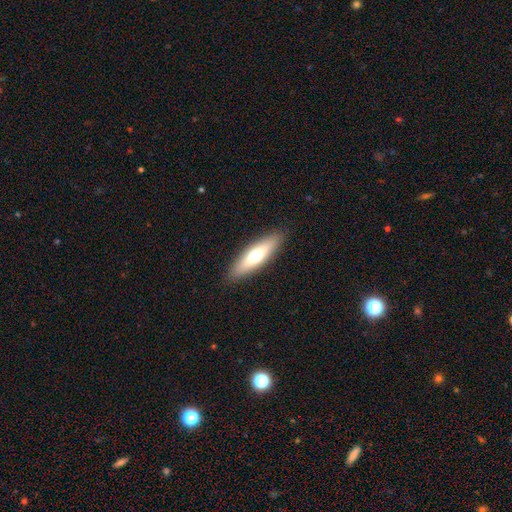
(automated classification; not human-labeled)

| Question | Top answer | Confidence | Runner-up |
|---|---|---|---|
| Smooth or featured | smooth | 59% | featured or disk (35%) |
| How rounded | cigar-shaped | 64% | in between (34%) |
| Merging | none | 89% | minor disturbance (8%) |